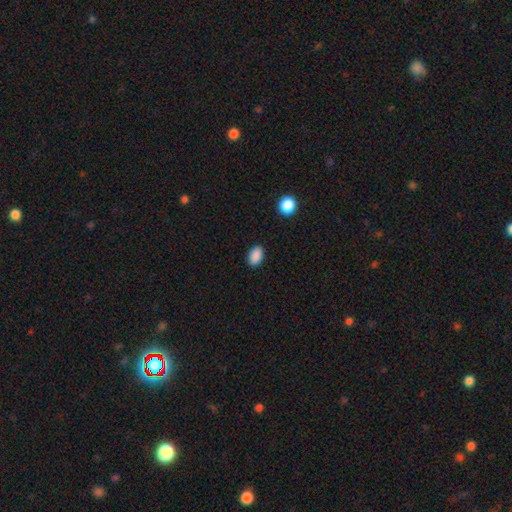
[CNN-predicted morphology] type=smooth (89%); roundness=in between (86%); merging=none (88%).